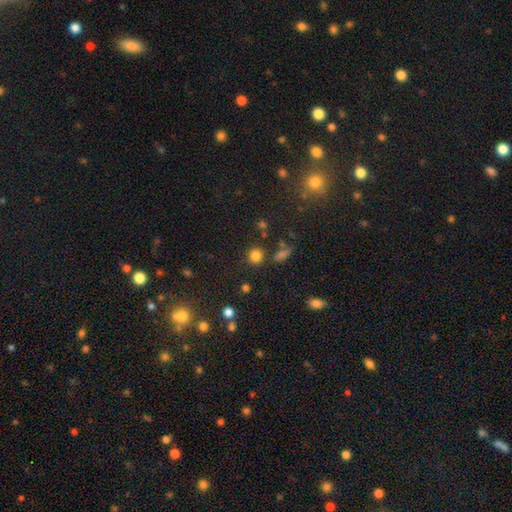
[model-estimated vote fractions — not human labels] A smooth galaxy with no disk features (79%) that is round (87%). Merging: none (81%).